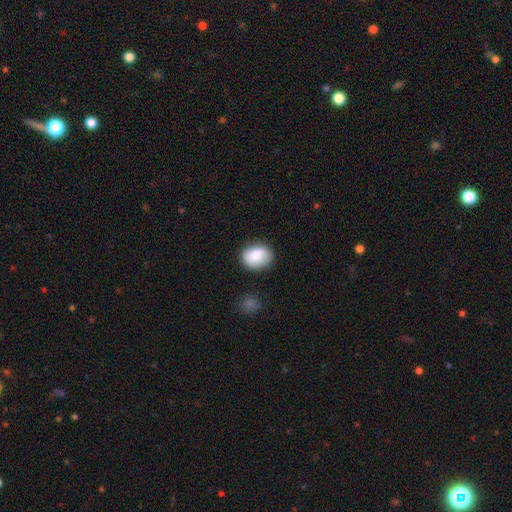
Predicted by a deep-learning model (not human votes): Overall: smooth (79%). How rounded: in between (57%; round 42%). Merging: none (77%).